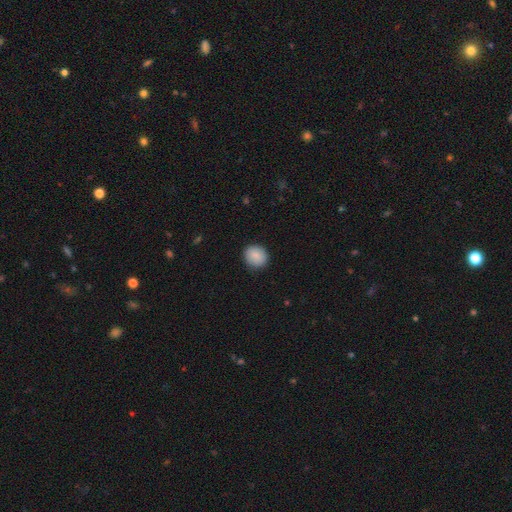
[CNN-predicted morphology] A smooth galaxy with no disk features (88%) that is round (78%).

Vote fractions:
- Smooth or featured? smooth: 88% / star or artifact: 7% / featured or disk: 4%
- How rounded? round: 78% / in between: 21% / cigar-shaped: 1%
- Merging? none: 88% / minor disturbance: 9% / major disturbance: 2% / merger: 1%